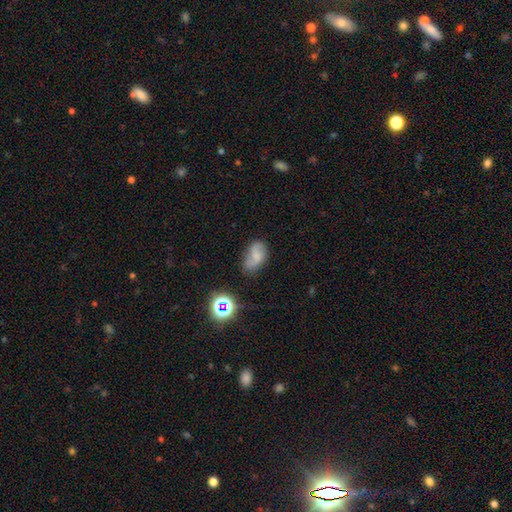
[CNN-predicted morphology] smooth-or-featured: smooth: 50% | featured or disk: 36% | star or artifact: 14%
  how-rounded: in between: 87% | round: 11% | cigar-shaped: 2%
  merging: none: 59% | minor disturbance: 28% | major disturbance: 9% | merger: 4%